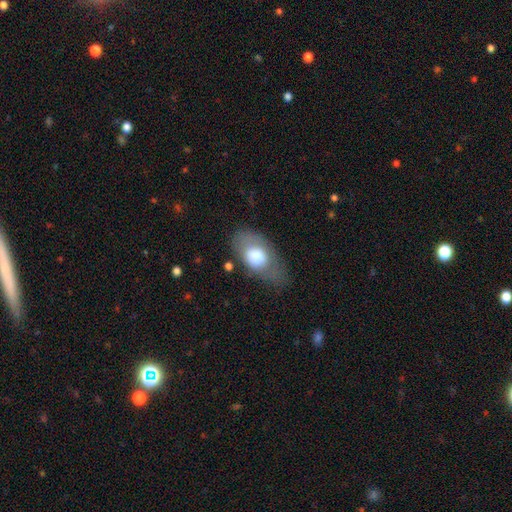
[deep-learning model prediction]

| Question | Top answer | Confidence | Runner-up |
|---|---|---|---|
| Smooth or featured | smooth | 68% | featured or disk (25%) |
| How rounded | in between | 90% | round (8%) |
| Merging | none | 55% | minor disturbance (26%) |